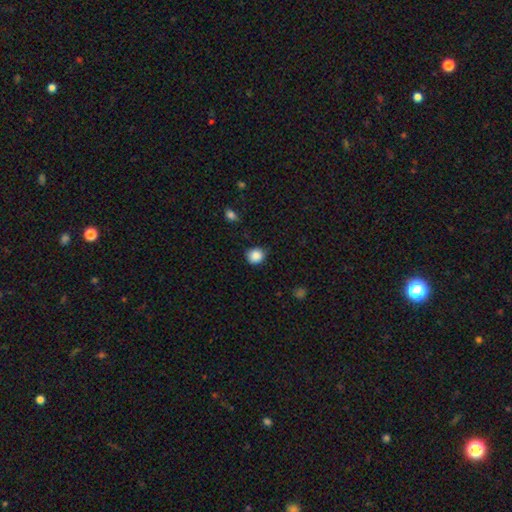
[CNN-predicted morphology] A smooth galaxy with no disk features (87%) that is round (82%). Merging: none (80%).